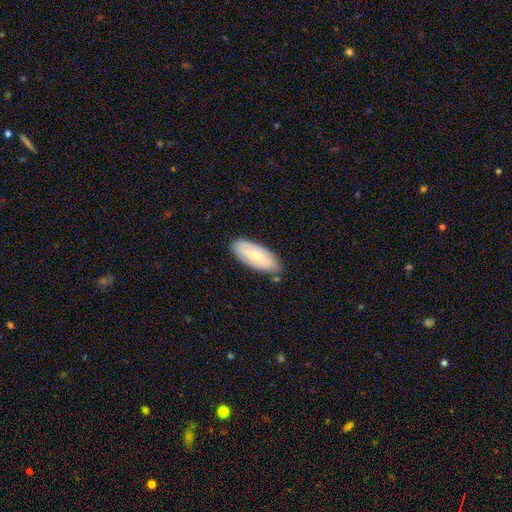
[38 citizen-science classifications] Volunteers were most divided on "bar": weak: 46%, no: 42%, strong: 12%. Remaining: edge-on disk — no (89%); spiral arms — yes (83%); merging — none (83%); smooth or featured — featured or disk (71%); spiral arm count — 2 (70%); bulge size — small (58%); spiral winding — medium (40%).